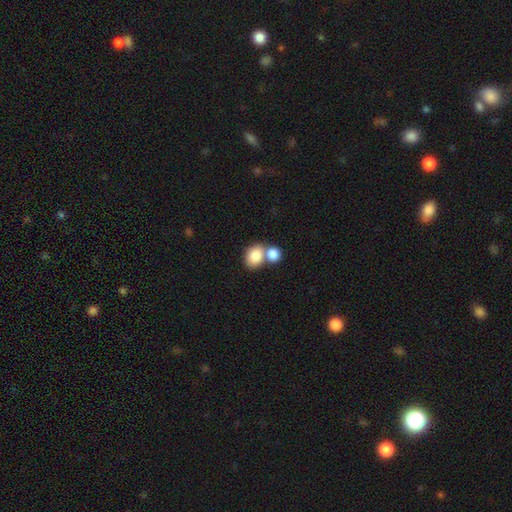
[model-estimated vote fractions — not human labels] Smooth or featured? smooth (84%)
How rounded? in between (58%)
Merging? merger (58%)